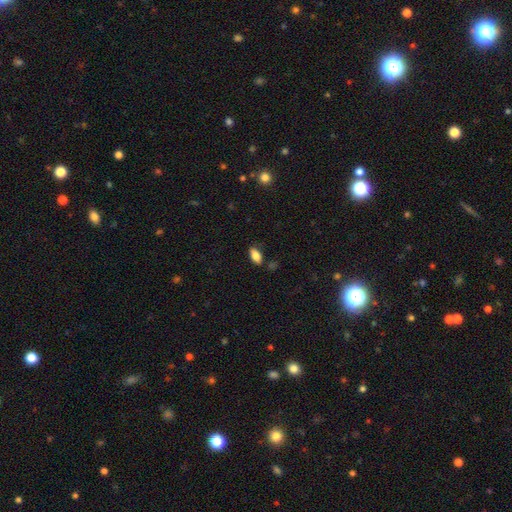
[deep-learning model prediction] A smooth galaxy with no disk features (83%) that is in between round and cigar-shaped (88%). Merging: none (79%).